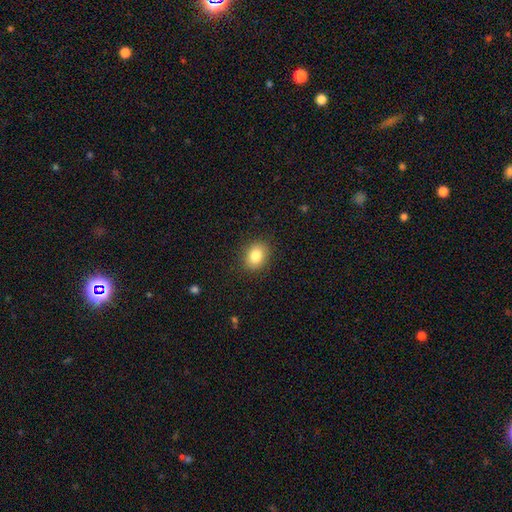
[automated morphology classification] Overall: smooth (82%). How rounded: in between (58%; round 41%). Merging: none (88%).